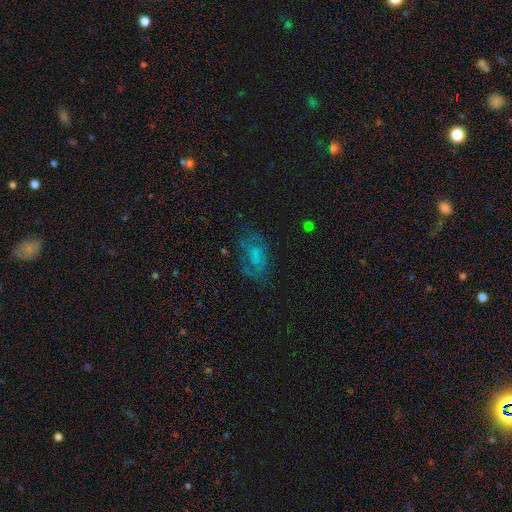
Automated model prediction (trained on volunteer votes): The model was most divided on "smooth or featured": featured or disk: 45%, smooth: 39%, star or artifact: 16%. More confident: merging — none (53%).